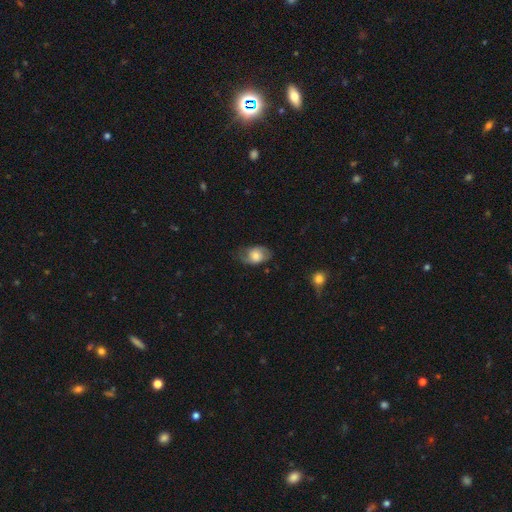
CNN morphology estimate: Overall: smooth (63%; featured or disk 30%). How rounded: in between (77%). Merging: none (56%; minor disturbance 29%).